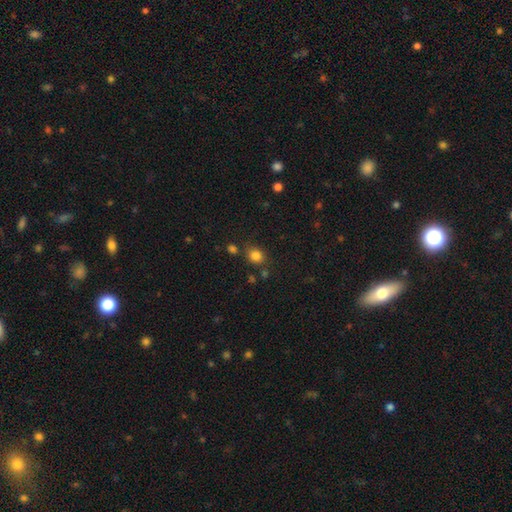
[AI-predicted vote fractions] Smooth or featured? smooth (82%)
How rounded? round (71%)
Merging? none (75%)